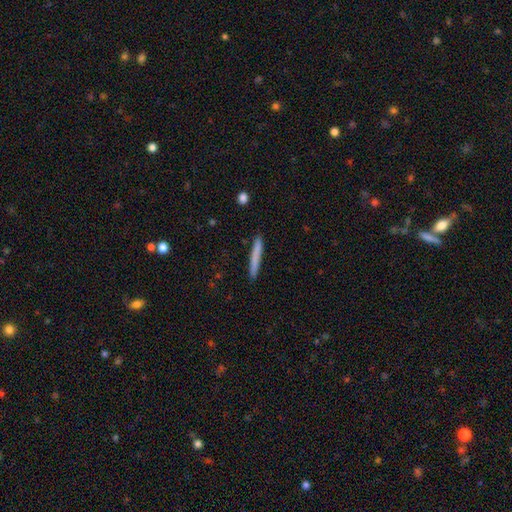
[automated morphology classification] This is likely a smooth galaxy (74%). How rounded: clearly cigar-shaped (97%). Merging: clearly none (90%).